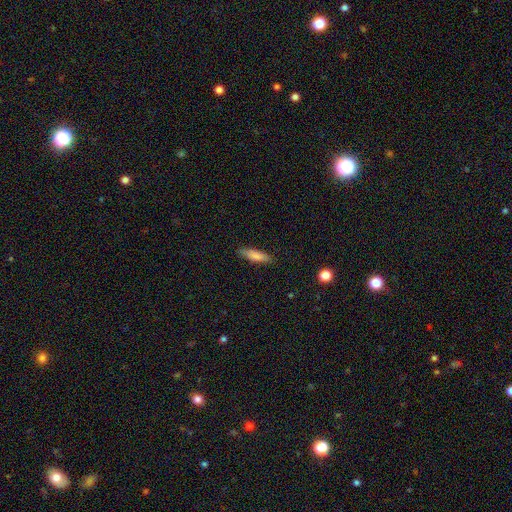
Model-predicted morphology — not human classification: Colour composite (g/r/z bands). It shows a smooth galaxy with no disk features (80%) that is cigar-shaped (66%). Merging: none (86%).